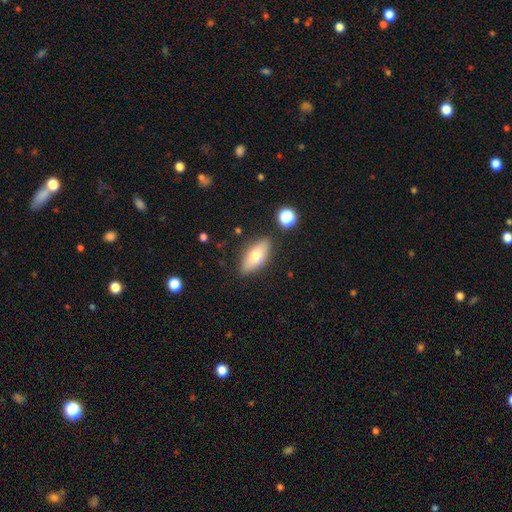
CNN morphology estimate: Overall: smooth (66%; featured or disk 26%). How rounded: in between (78%). Merging: none (82%).